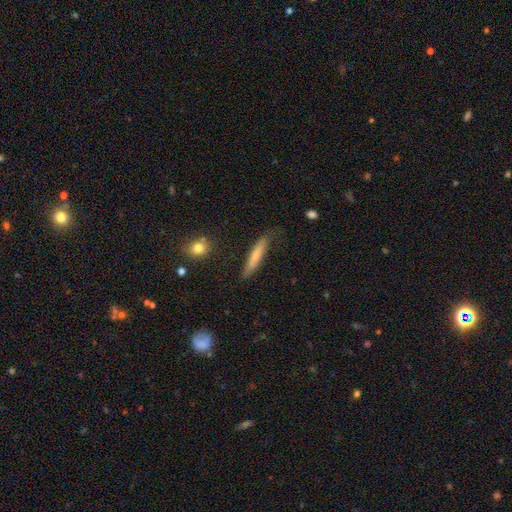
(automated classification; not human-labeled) Smooth or featured? Predicted: smooth (p=0.63). How rounded? Predicted: cigar-shaped (p=0.89). Merging? Predicted: none (p=0.75).